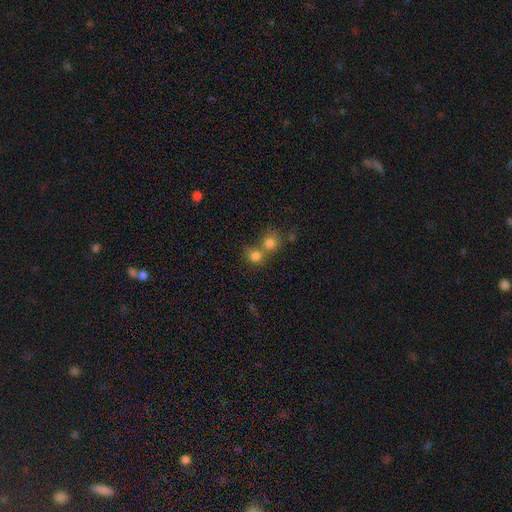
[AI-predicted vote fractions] smooth 77%, star or artifact 13%, featured or disk 10%. Down the decision tree: how rounded — round (81%); merging — merger (54%).